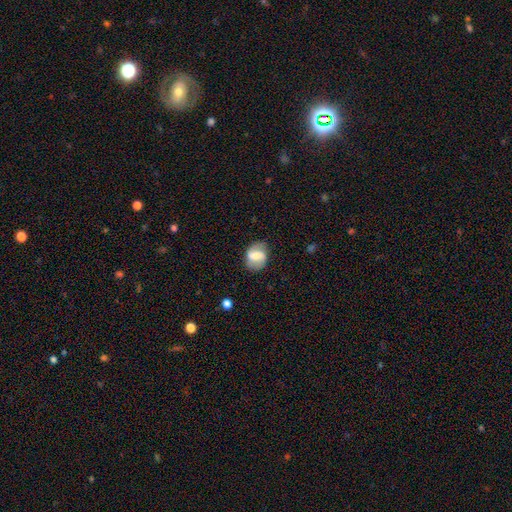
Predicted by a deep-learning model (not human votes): Smooth or featured? Predicted: featured or disk (p=0.56). Edge-on disk? Predicted: no (p=0.97). Bar? Predicted: weak (p=0.43). Spiral arms? Predicted: yes (p=0.79). Bulge size? Predicted: moderate (p=0.45). Merging? Predicted: none (p=0.76).